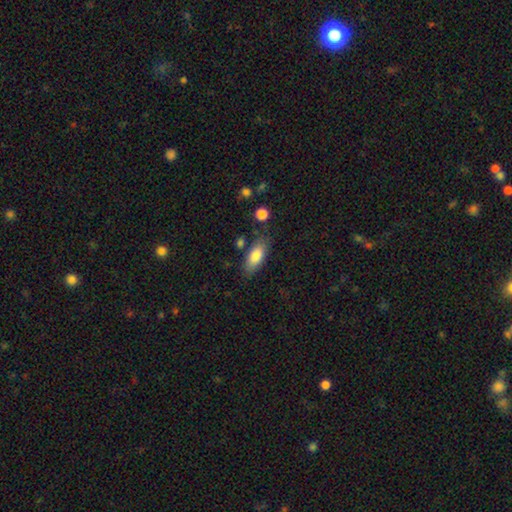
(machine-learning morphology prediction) A smooth galaxy with no disk features (81%) that is in between round and cigar-shaped (82%). Merging: none (76%).